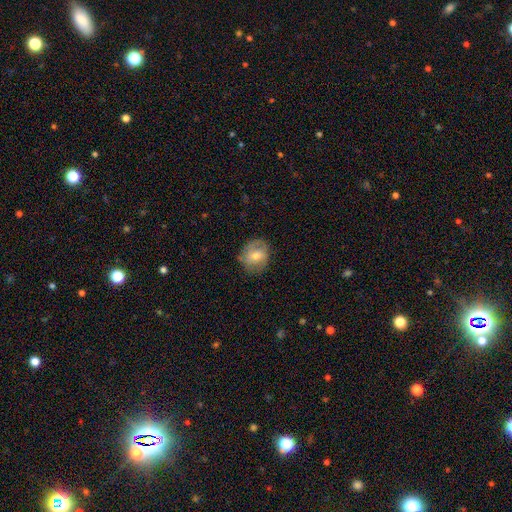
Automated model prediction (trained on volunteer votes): Smooth or featured?
  - smooth: 54% *
  - featured or disk: 39%
  - star or artifact: 8%
How rounded?
  - round: 71% *
  - in between: 28%
  - cigar-shaped: 1%
Merging?
  - none: 74% *
  - minor disturbance: 19%
  - major disturbance: 6%
  - merger: 1%